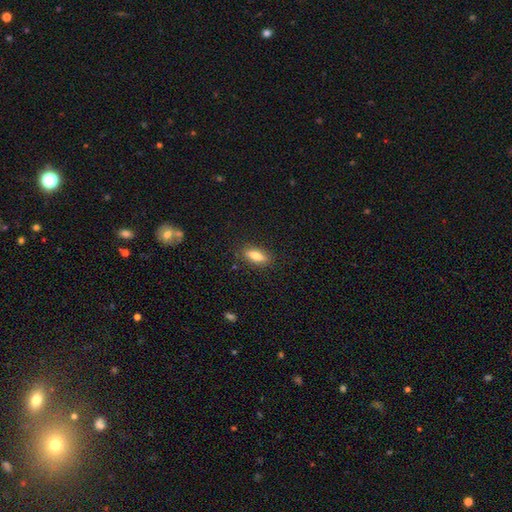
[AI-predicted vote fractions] A smooth galaxy with no disk features (80%) that is in between round and cigar-shaped (69%). Merging: none (86%).